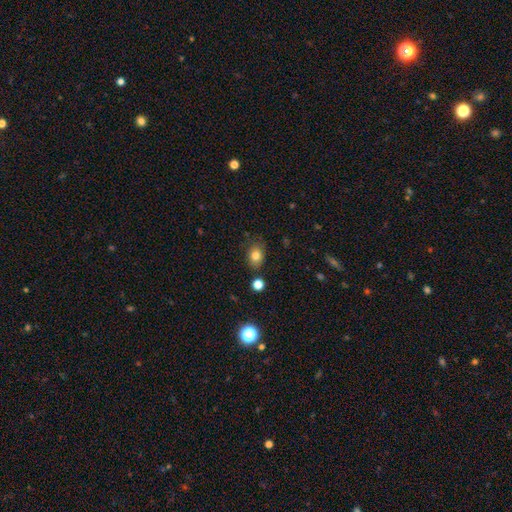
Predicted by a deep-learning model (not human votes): This appears to be a smooth galaxy with no disk features (81%) that is in between round and cigar-shaped (59%). Merging: none (78%).